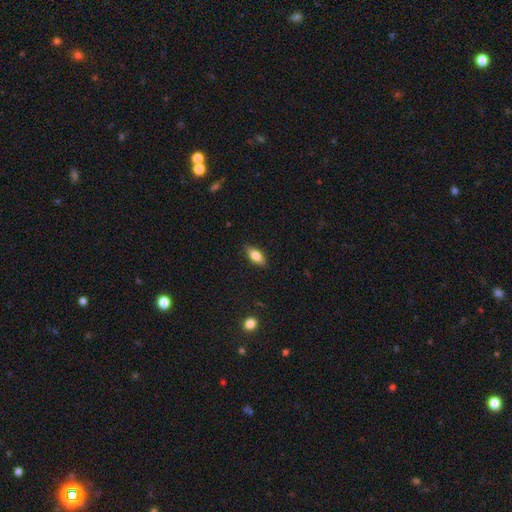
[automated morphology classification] Smooth or featured? smooth (73%)
How rounded? in between (78%)
Merging? none (86%)